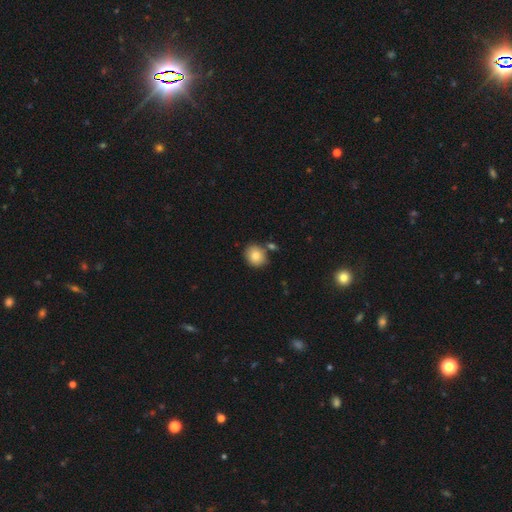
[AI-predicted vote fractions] Smooth or featured?
  - smooth: 84% *
  - star or artifact: 9%
  - featured or disk: 7%
How rounded?
  - round: 72% *
  - in between: 27%
  - cigar-shaped: 1%
Merging?
  - none: 72% *
  - minor disturbance: 13%
  - merger: 12%
  - major disturbance: 3%